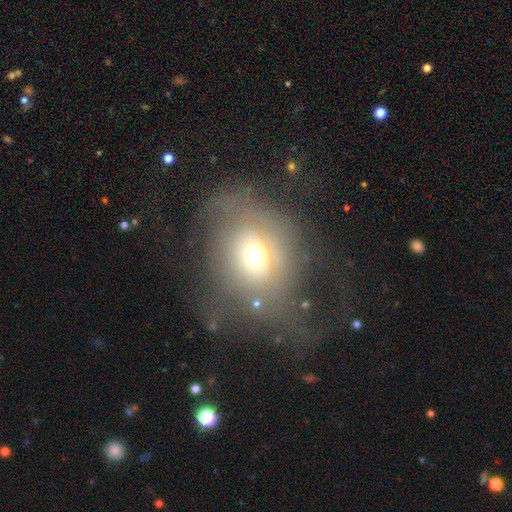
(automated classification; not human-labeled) This appears to be a smooth galaxy with no disk features (49%). Merging: major disturbance (44%).